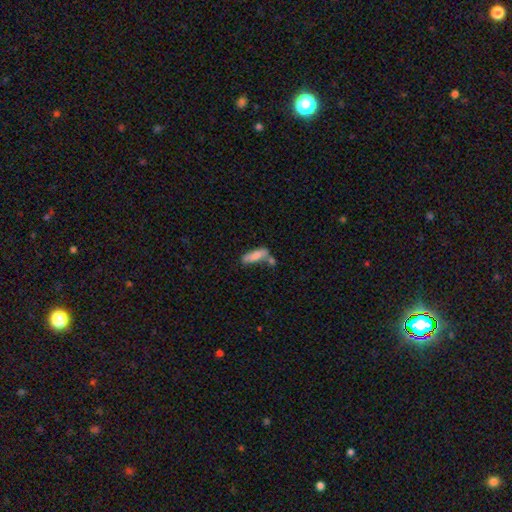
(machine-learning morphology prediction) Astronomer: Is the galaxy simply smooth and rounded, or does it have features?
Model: smooth — 79%.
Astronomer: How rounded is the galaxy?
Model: cigar-shaped — 54% (runner-up: in between, 44%).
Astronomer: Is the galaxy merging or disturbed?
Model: none — 49% (runner-up: merger, 25%).